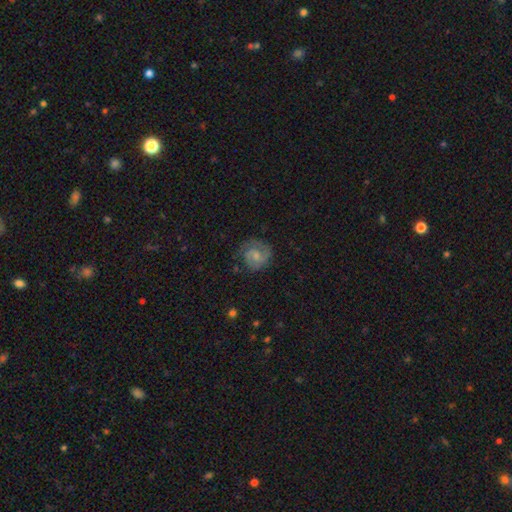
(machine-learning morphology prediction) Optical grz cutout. It shows a featured or disk galaxy (71%) with no bar (46%, tied with weak), 2 (74%) tight (45%) spiral arms (94%) and a small central bulge (41%). Merging: none (70%).